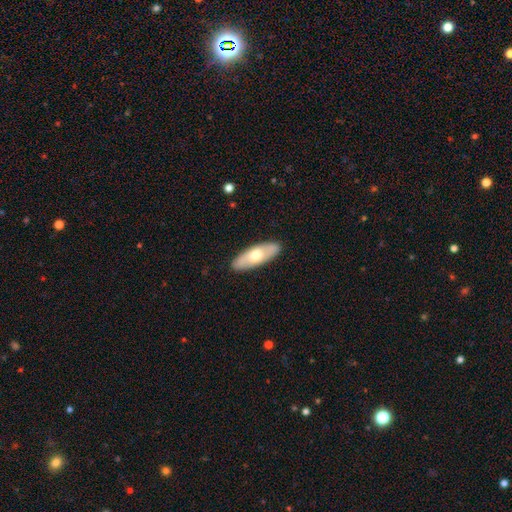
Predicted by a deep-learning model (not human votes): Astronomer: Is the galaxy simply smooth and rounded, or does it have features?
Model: smooth — 58% (runner-up: featured or disk, 37%).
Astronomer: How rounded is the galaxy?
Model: in between — 69%.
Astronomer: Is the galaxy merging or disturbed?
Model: none — 89%.